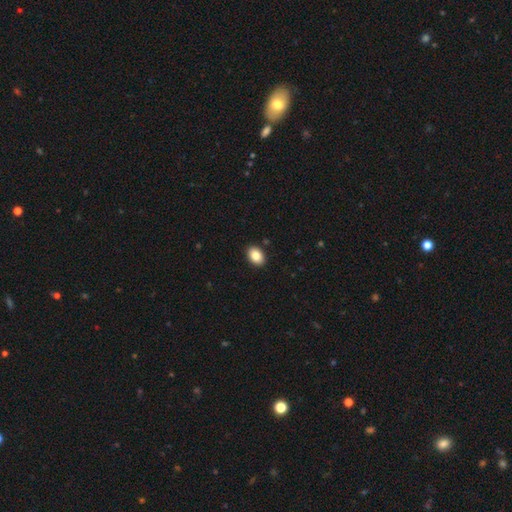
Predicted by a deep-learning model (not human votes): A smooth galaxy with no disk features (85%) that is in between round and cigar-shaped (78%).

Vote fractions:
- Smooth or featured? smooth: 85% / star or artifact: 8% / featured or disk: 7%
- How rounded? in between: 78% / round: 21% / cigar-shaped: 1%
- Merging? none: 91% / minor disturbance: 7% / major disturbance: 2% / merger: 1%